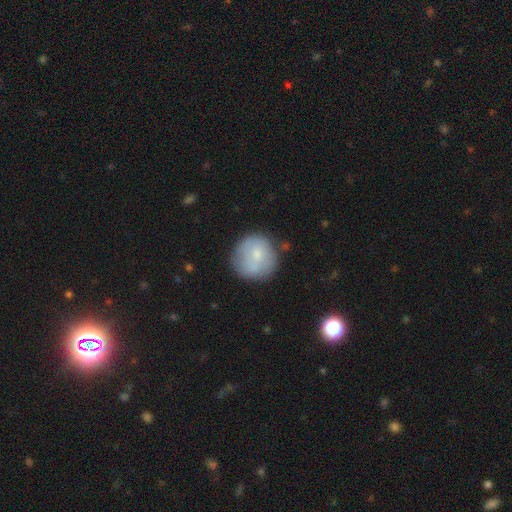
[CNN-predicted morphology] Overall: smooth (68%). How rounded: round (91%). Merging: none (70%).